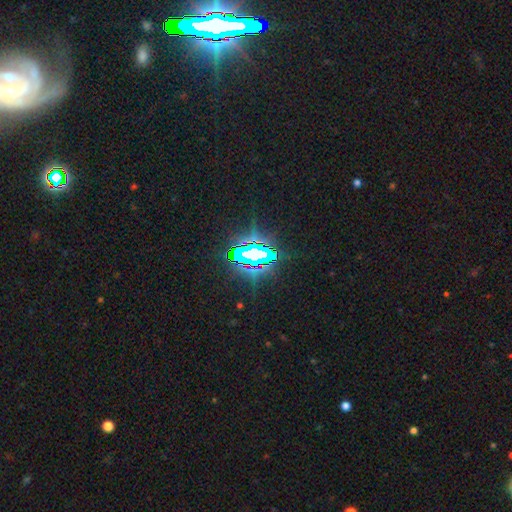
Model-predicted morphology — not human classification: Smooth or featured?
  - star or artifact: 76% *
  - featured or disk: 12%
  - smooth: 12%